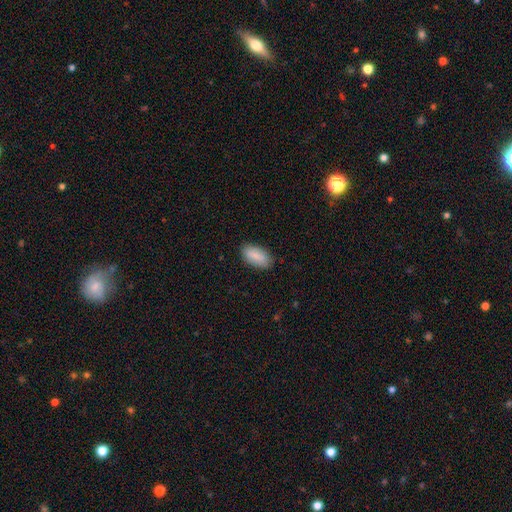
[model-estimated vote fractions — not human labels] smooth 86%, featured or disk 8%, star or artifact 6%. Down the decision tree: how rounded — in between (92%); merging — none (85%).